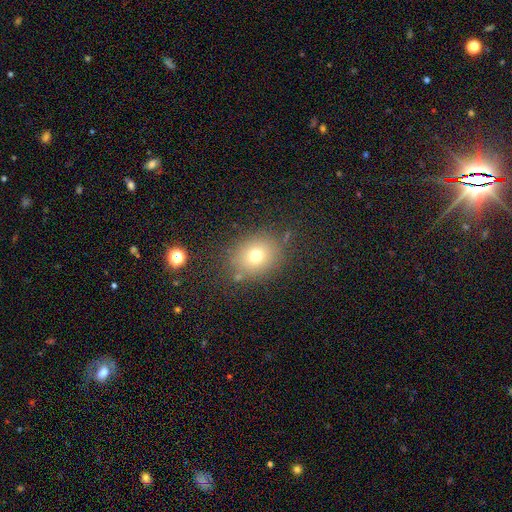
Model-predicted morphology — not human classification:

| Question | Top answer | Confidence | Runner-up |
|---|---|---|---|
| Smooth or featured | smooth | 72% | star or artifact (16%) |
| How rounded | round | 65% | in between (34%) |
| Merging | none | 80% | minor disturbance (12%) |